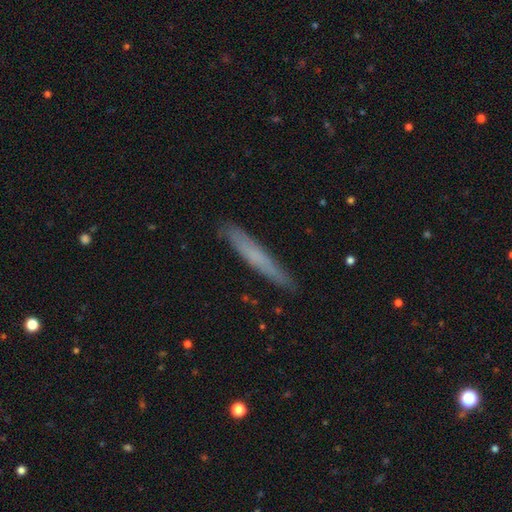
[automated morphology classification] smooth_or_featured: smooth (p=0.63) [alt: featured or disk p=0.30]
how_rounded: cigar-shaped (p=0.95) [alt: in between p=0.04]
merging: none (p=0.88) [alt: minor disturbance p=0.09]